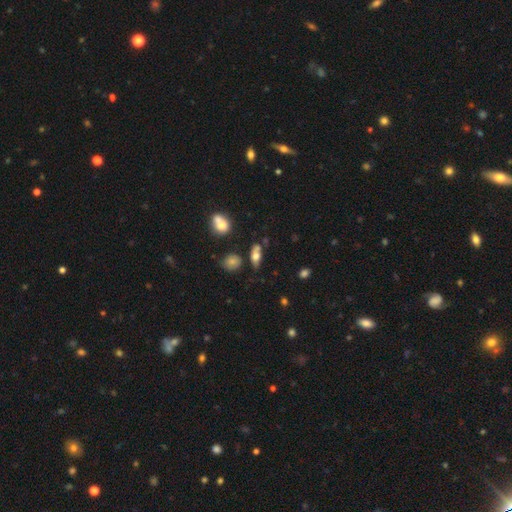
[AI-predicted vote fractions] Morphology: type=smooth (63%); roundness=in between (70%); merging=none (54%).